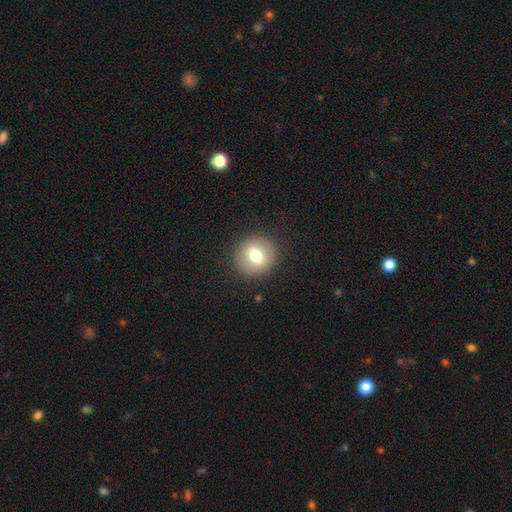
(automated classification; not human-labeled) smooth_or_featured: smooth (p=0.69) [alt: featured or disk p=0.22]
how_rounded: round (p=0.86) [alt: in between p=0.13]
merging: none (p=0.89) [alt: minor disturbance p=0.07]